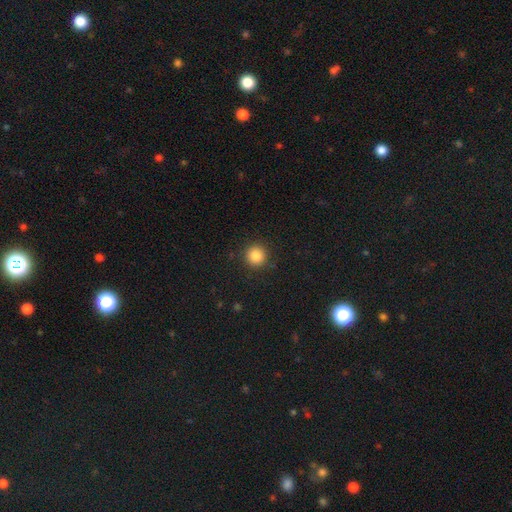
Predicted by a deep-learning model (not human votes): Smooth or featured? Predicted: smooth (p=0.85). How rounded? Predicted: round (p=0.95). Merging? Predicted: none (p=0.91).